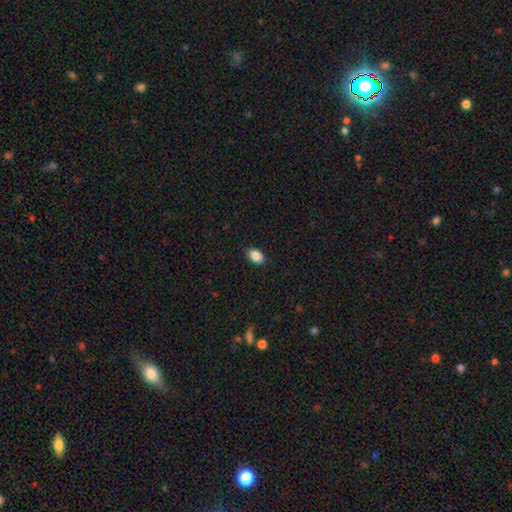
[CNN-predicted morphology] A smooth galaxy with no disk features (88%) that is in between round and cigar-shaped (89%).

Vote fractions:
- Smooth or featured? smooth: 88% / star or artifact: 8% / featured or disk: 5%
- How rounded? in between: 89% / round: 10% / cigar-shaped: 1%
- Merging? none: 87% / minor disturbance: 10% / major disturbance: 2% / merger: 1%